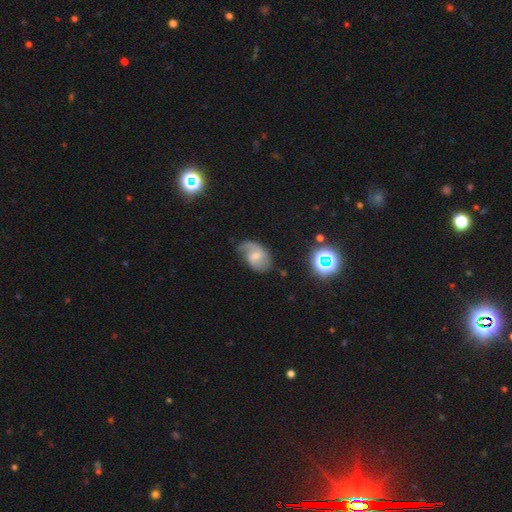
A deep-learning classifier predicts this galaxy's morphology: A featured or disk galaxy (66%) with a weak bar (49%), 2 (66%) medium (45%) spiral arms (90%) and a small central bulge (48%).

Vote fractions:
- Smooth or featured? featured or disk: 66% / smooth: 25% / star or artifact: 10%
- Edge-on disk? no: 97% / yes: 3%
- Bar? weak: 49% / no: 42% / strong: 9%
- Spiral arms? yes: 90% / no: 10%
- Spiral winding? medium: 45% / loose: 34% / tight: 21%
- Spiral arm count? 2: 66% / 1: 20% / can't tell: 11% / 3: 2% / 4: 1% / more than 4: 1%
- Bulge size? small: 48% / moderate: 42% / none: 7% / large: 3% / dominant: 1%
- Merging? none: 54% / minor disturbance: 30% / major disturbance: 14% / merger: 2%